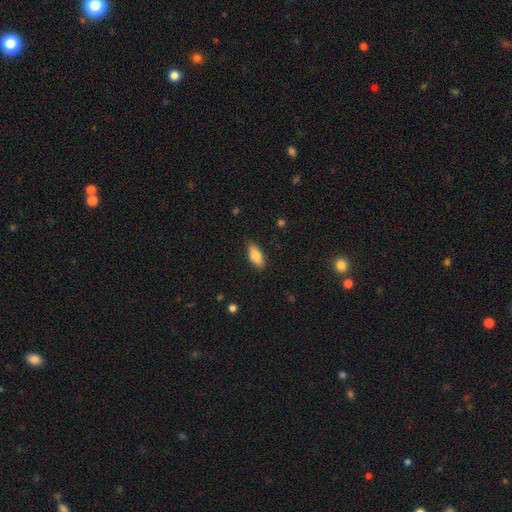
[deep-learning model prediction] A smooth galaxy with no disk features (84%) that is in between round and cigar-shaped (82%).

Vote fractions:
- Smooth or featured? smooth: 84% / featured or disk: 10% / star or artifact: 7%
- How rounded? in between: 82% / cigar-shaped: 16% / round: 2%
- Merging? none: 84% / minor disturbance: 12% / major disturbance: 3% / merger: 1%